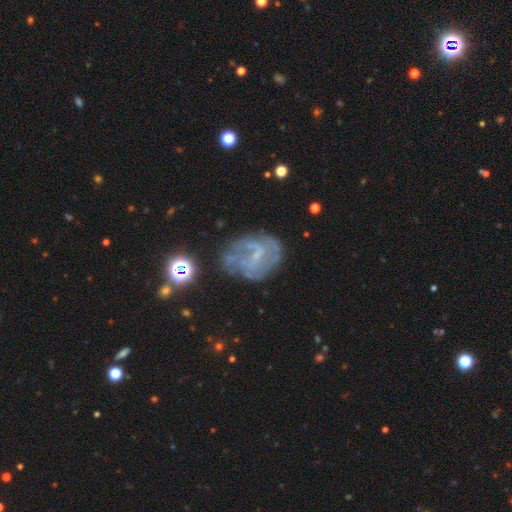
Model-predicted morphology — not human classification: This is likely a featured or disk galaxy (69%). It is clearly not viewed edge-on (97%). Bar: possibly weak (46%). Spiral arm pattern: likely yes (66%). Central bulge: possibly small (52%). Merging: possibly none (55%).